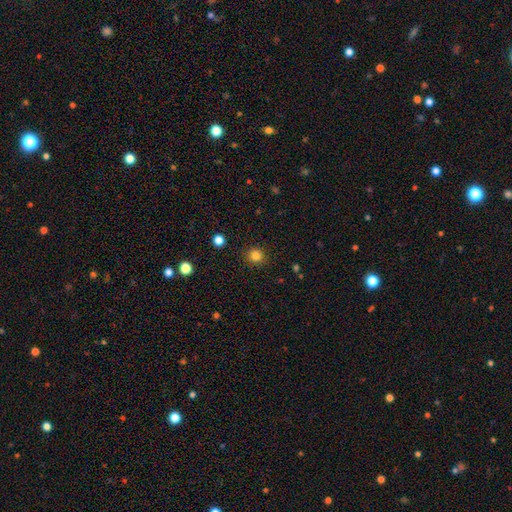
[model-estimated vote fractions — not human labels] smooth 82%, star or artifact 13%, featured or disk 5%. Down the decision tree: how rounded — round (91%); merging — none (91%).